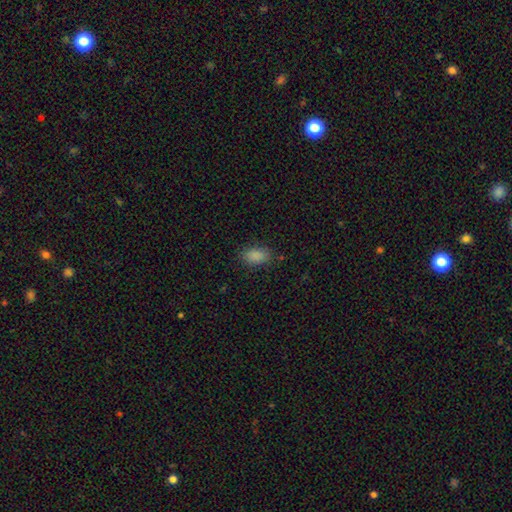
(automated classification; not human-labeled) Smooth or featured? Predicted: smooth (p=0.87). How rounded? Predicted: in between (p=0.90). Merging? Predicted: none (p=0.84).